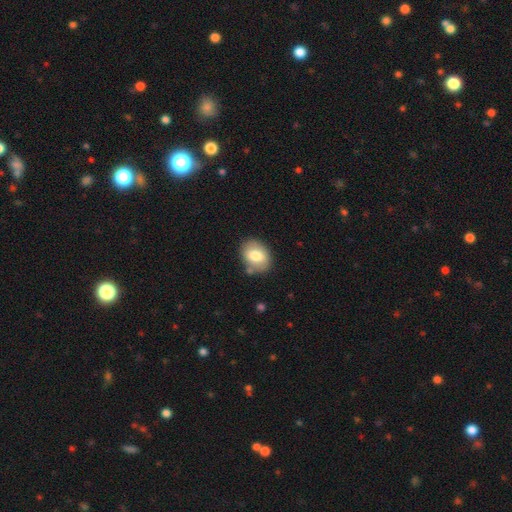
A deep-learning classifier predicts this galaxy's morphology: A smooth galaxy with no disk features (75%) that is in between round and cigar-shaped (63%).

Vote fractions:
- Smooth or featured? smooth: 75% / featured or disk: 18% / star or artifact: 8%
- How rounded? in between: 63% / round: 36% / cigar-shaped: 1%
- Merging? none: 78% / minor disturbance: 14% / merger: 5% / major disturbance: 4%